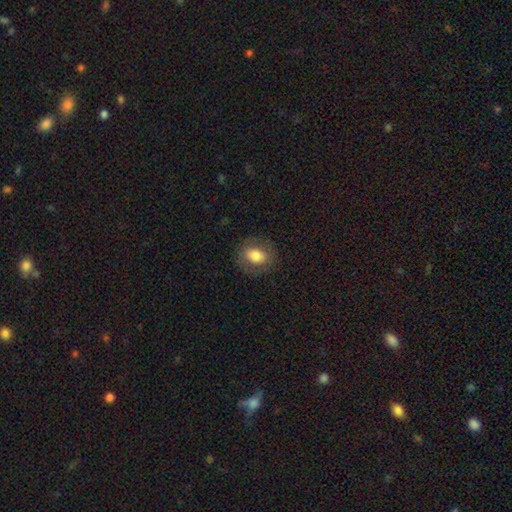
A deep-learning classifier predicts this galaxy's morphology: Smooth or featured? smooth (74%)
How rounded? in between (57%)
Merging? none (81%)